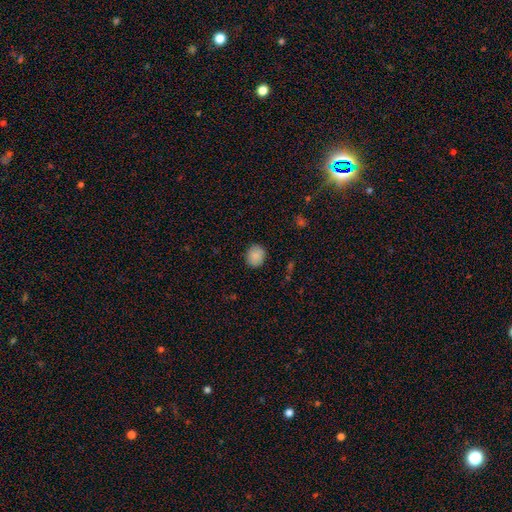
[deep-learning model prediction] A smooth galaxy with no disk features (88%) that is round (75%).

Vote fractions:
- Smooth or featured? smooth: 88% / star or artifact: 8% / featured or disk: 4%
- How rounded? round: 75% / in between: 25% / cigar-shaped: 1%
- Merging? none: 87% / minor disturbance: 10% / major disturbance: 2% / merger: 1%